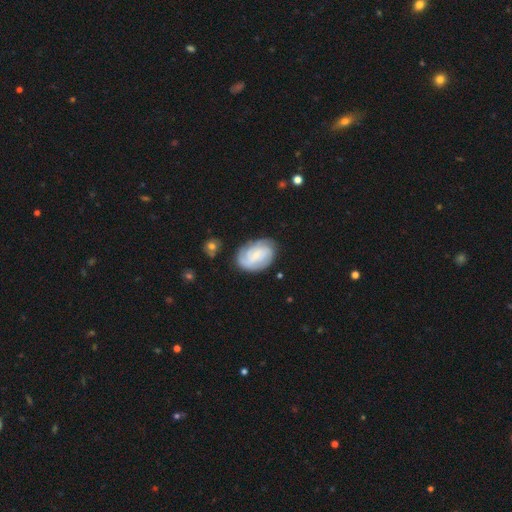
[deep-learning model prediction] Smooth or featured: featured or disk — 70% (smooth — 24%)
Edge-on disk: no — 97% (yes — 3%)
Bar: weak — 46% (no — 43%)
Spiral arms: yes — 92% (no — 8%)
Spiral winding: tight — 58% (medium — 32%)
Spiral arm count: can't tell — 32% (3 — 25%)
Bulge size: small — 67% (moderate — 23%)
Merging: none — 74% (minor disturbance — 18%)